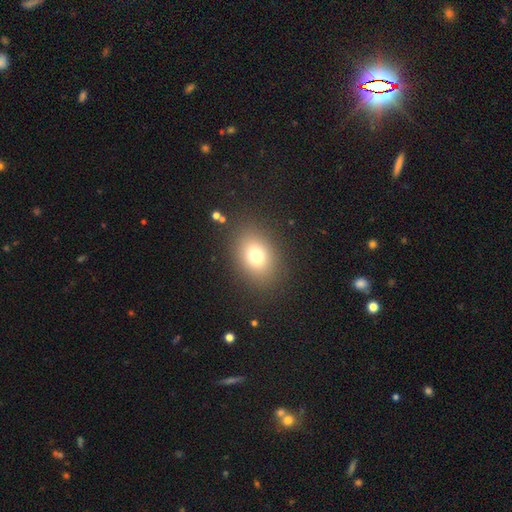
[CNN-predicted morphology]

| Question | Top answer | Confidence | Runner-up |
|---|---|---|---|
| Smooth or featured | smooth | 74% | star or artifact (15%) |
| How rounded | in between | 59% | round (40%) |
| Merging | none | 86% | minor disturbance (8%) |